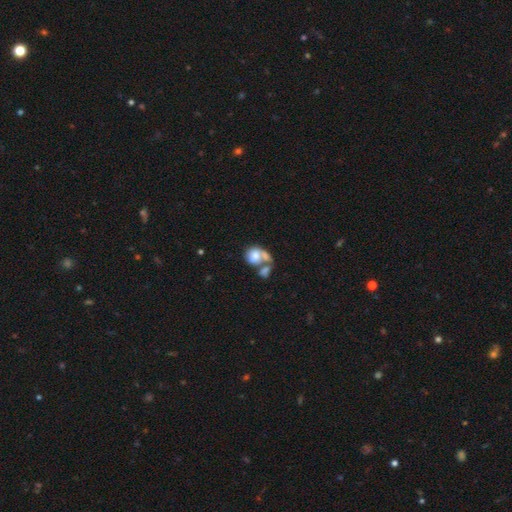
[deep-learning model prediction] A smooth galaxy with no disk features (67%) that is round (58%). Merging: merger (59%).